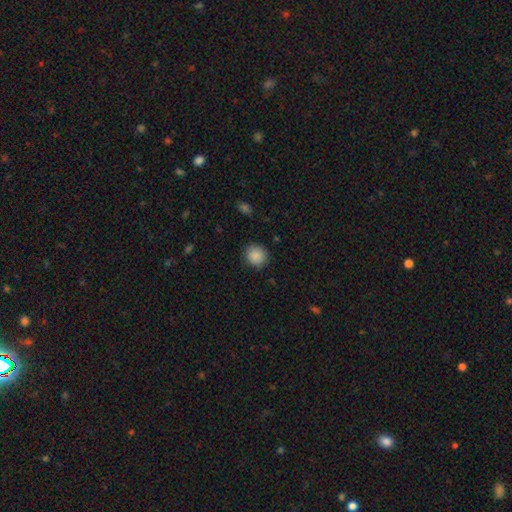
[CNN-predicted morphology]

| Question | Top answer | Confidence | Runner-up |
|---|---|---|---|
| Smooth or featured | smooth | 88% | star or artifact (9%) |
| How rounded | round | 90% | in between (9%) |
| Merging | none | 89% | minor disturbance (8%) |